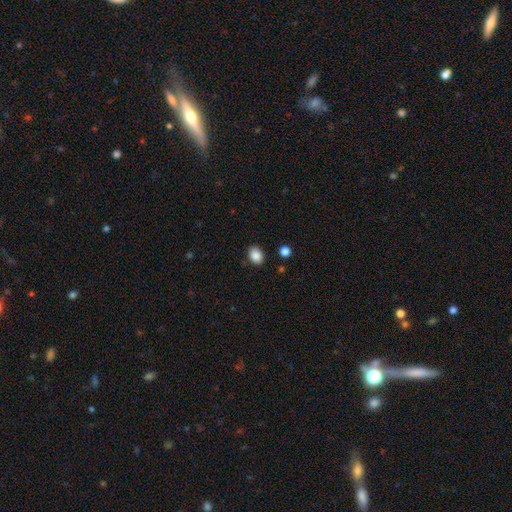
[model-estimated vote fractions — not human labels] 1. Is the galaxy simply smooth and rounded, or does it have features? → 87% smooth, 9% star or artifact, 4% featured or disk.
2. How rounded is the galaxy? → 65% in between, 34% round, 1% cigar-shaped.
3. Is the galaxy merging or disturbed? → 86% none, 9% minor disturbance, 2% merger, 2% major disturbance.